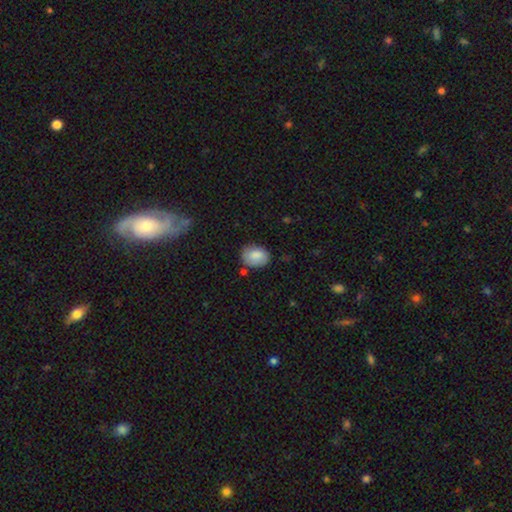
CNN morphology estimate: This is clearly a smooth galaxy (84%). How rounded: likely in between (65%). Merging: likely none (72%).